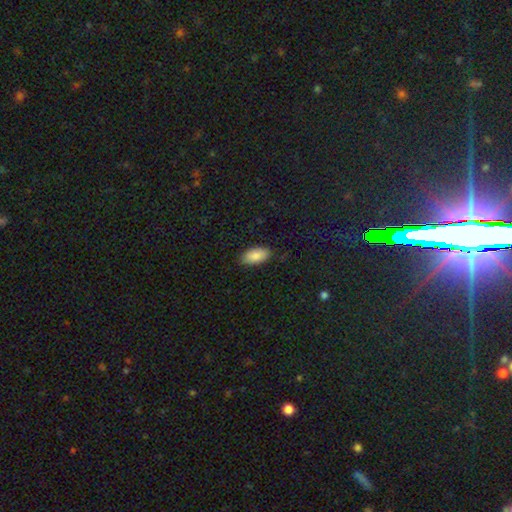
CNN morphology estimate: This appears to be a smooth galaxy with no disk features (86%) that is in between round and cigar-shaped (94%). Merging: none (86%).